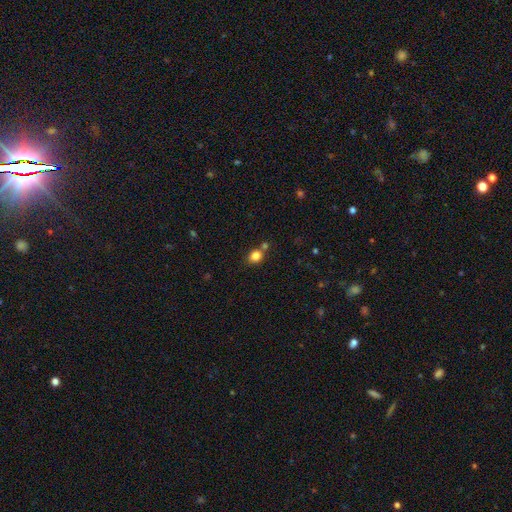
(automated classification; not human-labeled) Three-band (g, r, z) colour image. It shows a smooth galaxy with no disk features (82%) that is round (66%). Merging: none (66%).